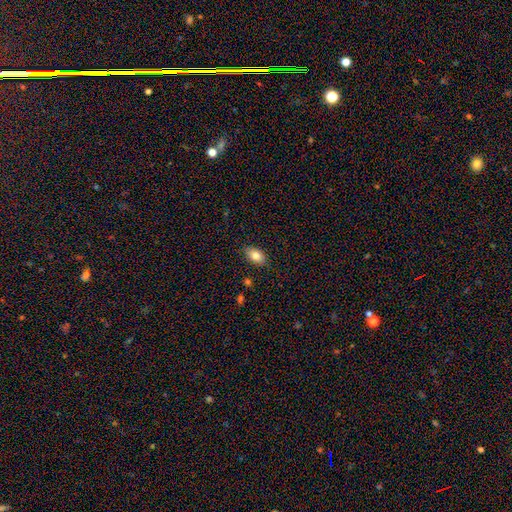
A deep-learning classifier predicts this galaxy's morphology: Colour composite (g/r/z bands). It shows a smooth galaxy with no disk features (82%) that is in between round and cigar-shaped (91%). Merging: none (86%).